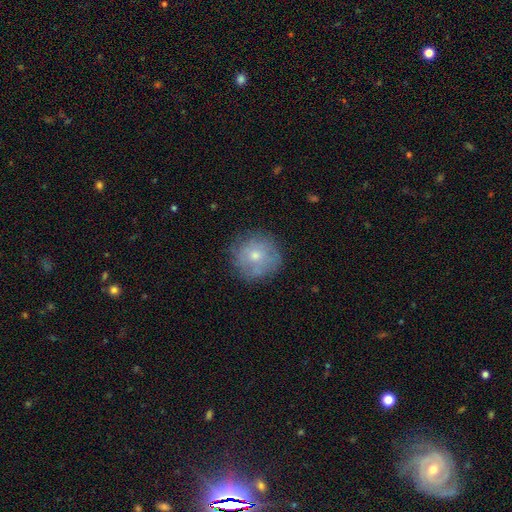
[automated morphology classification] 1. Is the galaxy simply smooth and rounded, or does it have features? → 60% smooth, 31% featured or disk, 9% star or artifact.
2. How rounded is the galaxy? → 93% round, 6% in between, 1% cigar-shaped.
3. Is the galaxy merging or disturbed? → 76% none, 17% minor disturbance, 5% major disturbance, 2% merger.